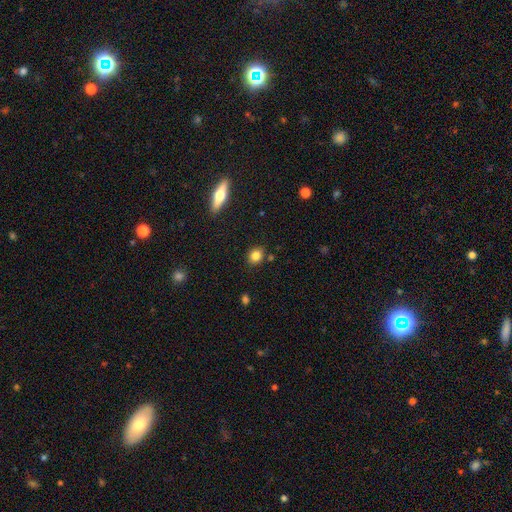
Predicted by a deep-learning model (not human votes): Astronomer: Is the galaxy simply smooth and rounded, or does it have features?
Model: smooth — 82%.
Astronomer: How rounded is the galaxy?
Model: round — 63%.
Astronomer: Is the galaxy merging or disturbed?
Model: none — 85%.